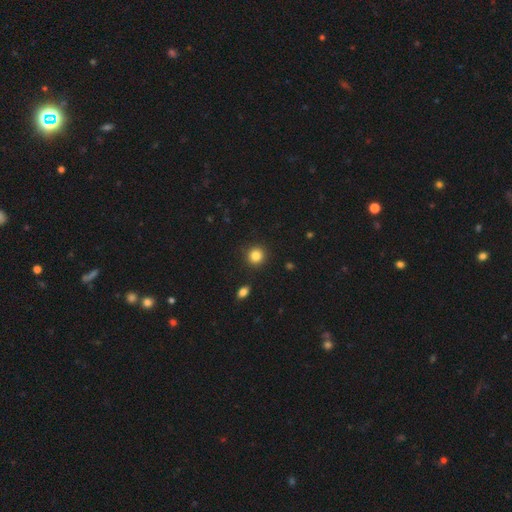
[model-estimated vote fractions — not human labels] Smooth or featured?
  - smooth: 84% *
  - star or artifact: 11%
  - featured or disk: 5%
How rounded?
  - round: 92% *
  - in between: 7%
  - cigar-shaped: 1%
Merging?
  - none: 91% *
  - minor disturbance: 6%
  - major disturbance: 2%
  - merger: 2%